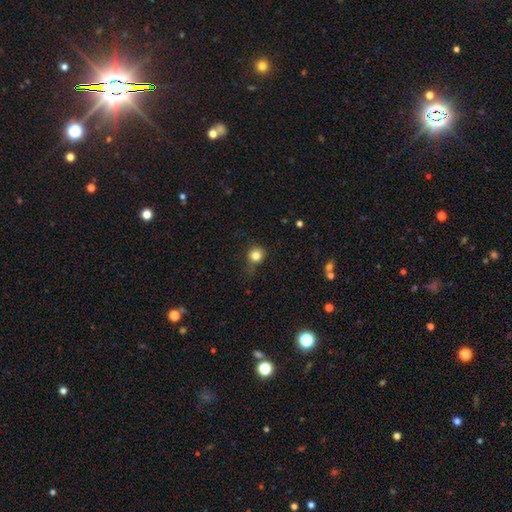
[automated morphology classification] Smooth or featured: smooth — 81% (star or artifact — 12%)
How rounded: round — 85% (in between — 14%)
Merging: none — 64% (minor disturbance — 25%)